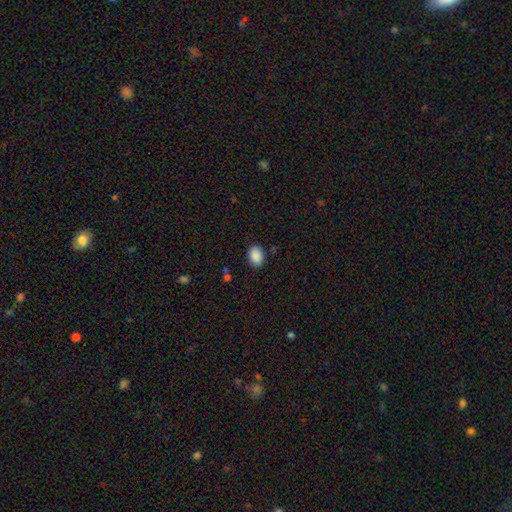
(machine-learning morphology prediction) This appears to be a smooth galaxy with no disk features (89%) that is in between round and cigar-shaped (74%). Merging: none (85%).